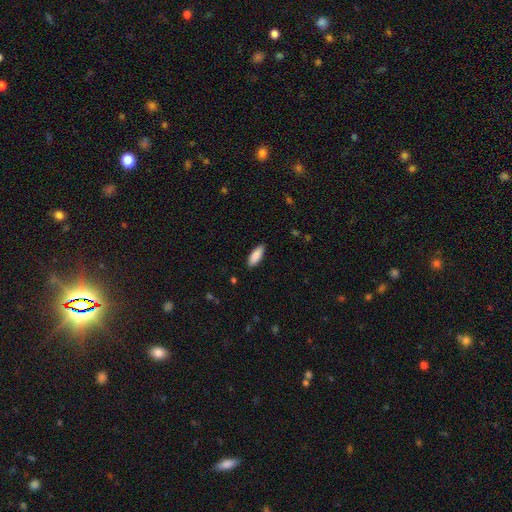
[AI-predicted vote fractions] Smooth or featured: smooth — 89% (star or artifact — 6%)
How rounded: in between — 74% (cigar-shaped — 24%)
Merging: none — 87% (minor disturbance — 10%)